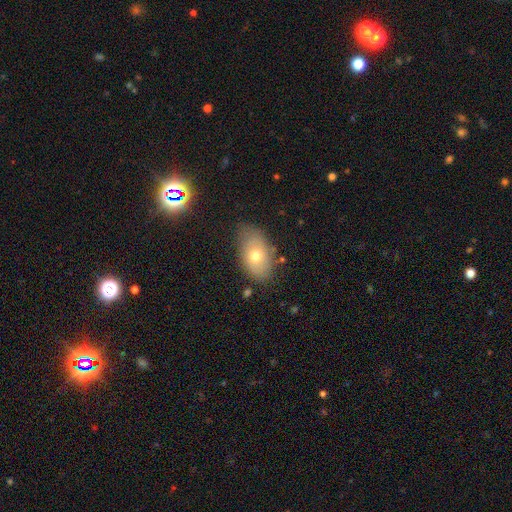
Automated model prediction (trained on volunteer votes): This is likely a smooth galaxy (66%). How rounded: clearly in between (89%). Merging: likely none (74%).